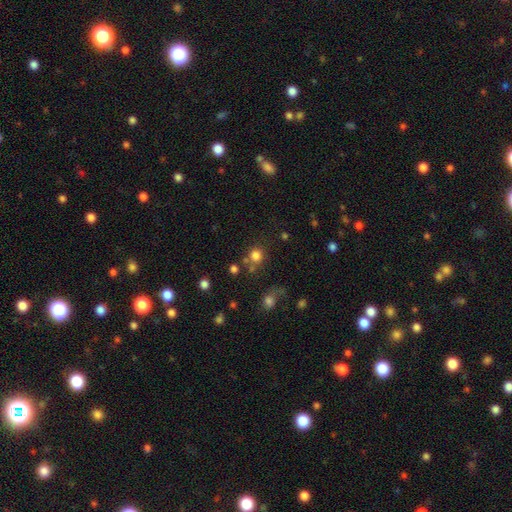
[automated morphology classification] A smooth galaxy with no disk features (79%) that is round (87%). Merging: none (64%).